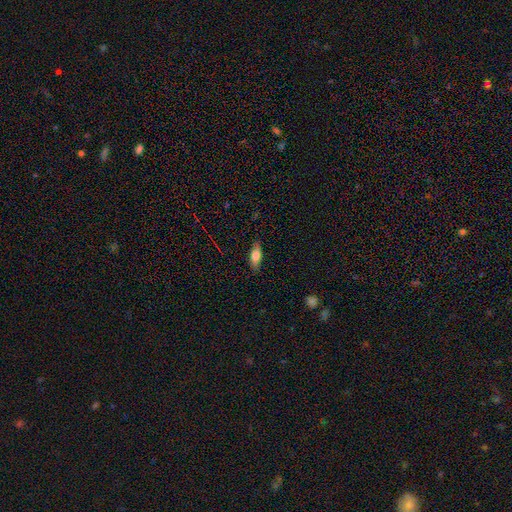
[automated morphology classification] smooth 73%, featured or disk 19%, star or artifact 7%. Down the decision tree: how rounded — in between (70%); merging — none (83%).